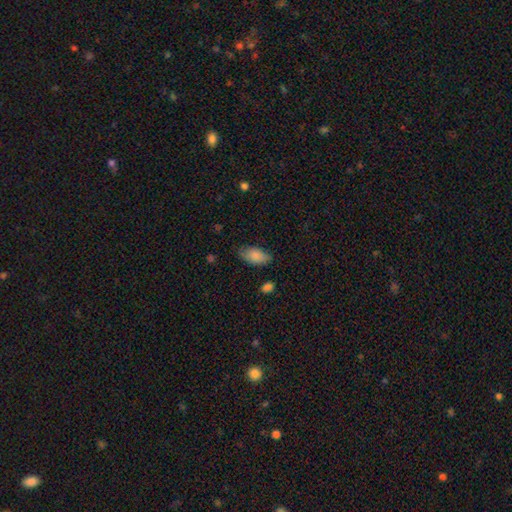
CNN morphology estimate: smooth-or-featured: smooth: 86% | featured or disk: 7% | star or artifact: 7%
  how-rounded: in between: 93% | cigar-shaped: 4% | round: 3%
  merging: none: 71% | minor disturbance: 22% | major disturbance: 5% | merger: 2%